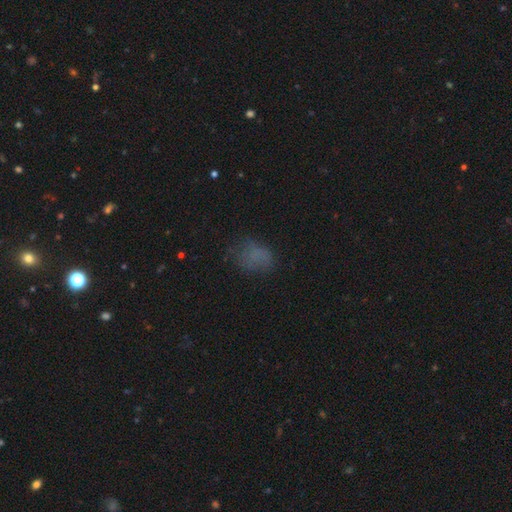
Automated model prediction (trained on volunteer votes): The model was most divided on "how rounded": in between: 66%, round: 32%, cigar-shaped: 2%. More confident: smooth or featured — smooth (65%); merging — none (58%).